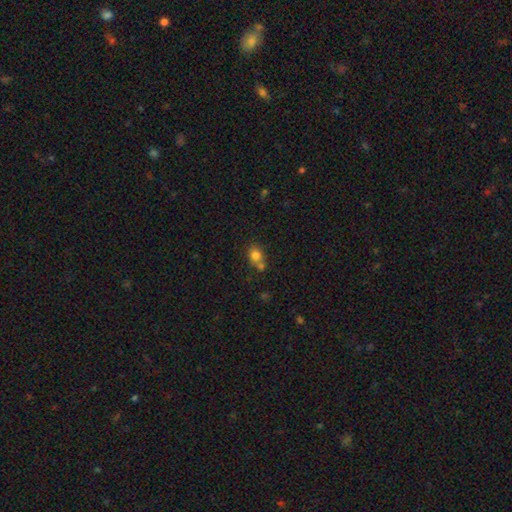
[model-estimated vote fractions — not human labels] smooth-or-featured: smooth: 79% | star or artifact: 12% | featured or disk: 10%
  how-rounded: round: 53% | in between: 45% | cigar-shaped: 1%
  merging: none: 47% | merger: 36% | minor disturbance: 13% | major disturbance: 4%